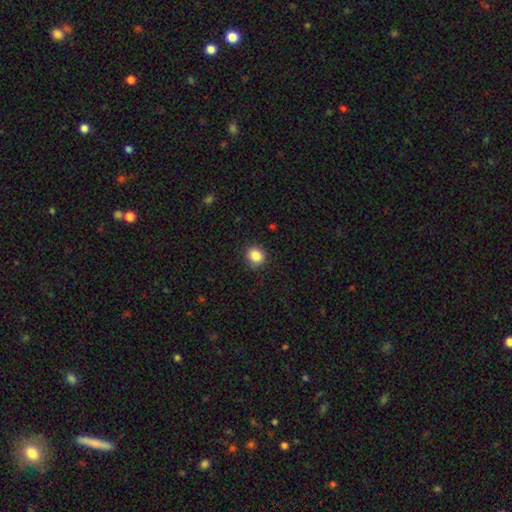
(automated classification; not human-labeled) This is clearly a smooth galaxy (86%). How rounded: likely round (76%). Merging: clearly none (86%).